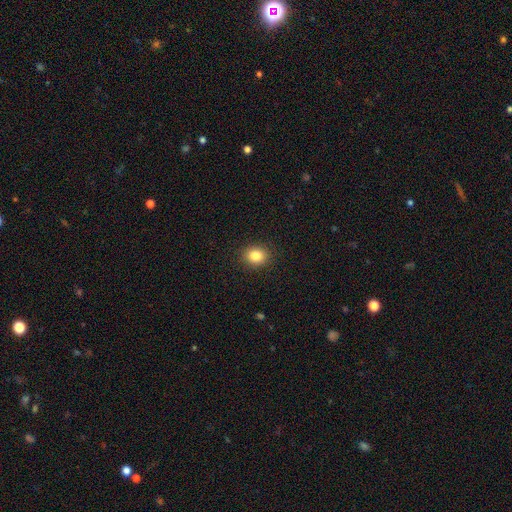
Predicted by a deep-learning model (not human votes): Smooth or featured: smooth — 83% (star or artifact — 11%)
How rounded: round — 65% (in between — 34%)
Merging: none — 90% (minor disturbance — 6%)